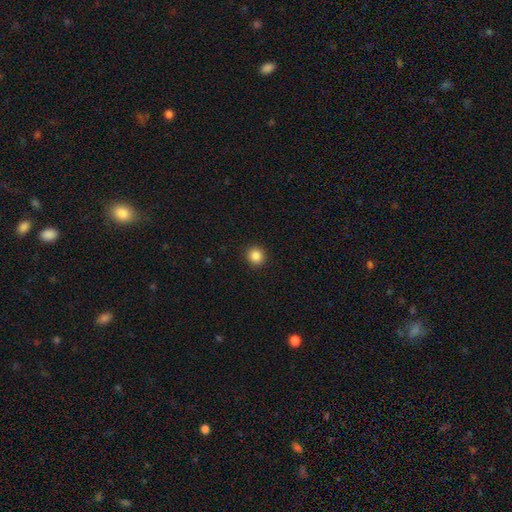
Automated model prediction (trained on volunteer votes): This is clearly a smooth galaxy (85%). How rounded: clearly round (92%). Merging: clearly none (92%).